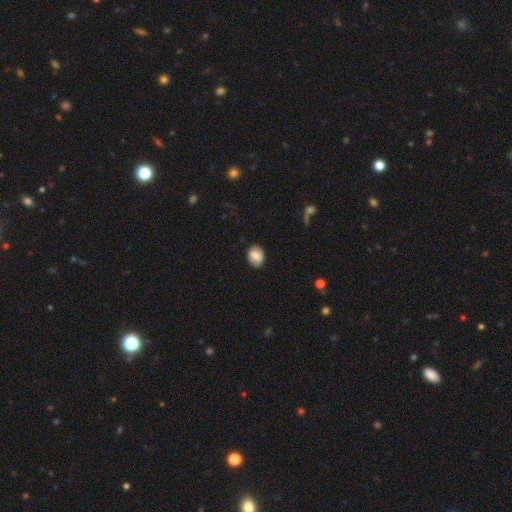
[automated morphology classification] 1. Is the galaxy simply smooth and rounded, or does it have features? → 69% smooth, 23% featured or disk, 8% star or artifact.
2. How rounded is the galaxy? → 64% in between, 34% round, 1% cigar-shaped.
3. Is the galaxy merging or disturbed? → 85% none, 11% minor disturbance, 3% major disturbance, 1% merger.